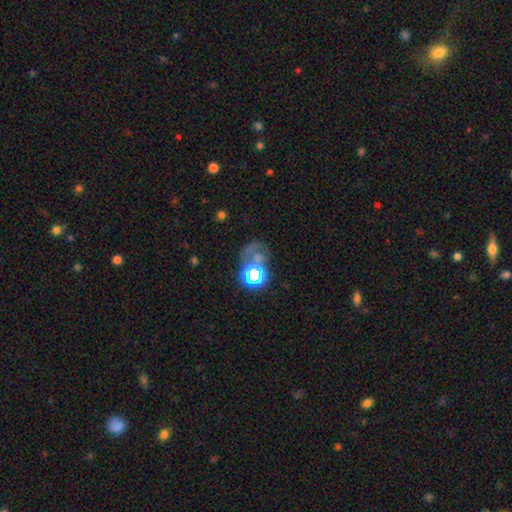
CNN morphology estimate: A star or artifact, not a galaxy (38%, tied with smooth).